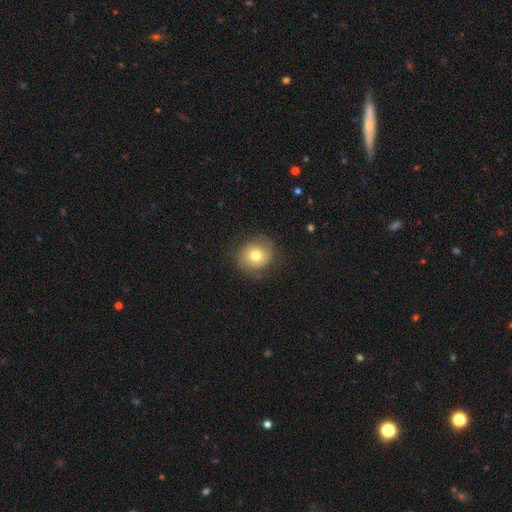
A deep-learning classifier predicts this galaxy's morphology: Smooth or featured?
  - smooth: 73% *
  - featured or disk: 17%
  - star or artifact: 11%
How rounded?
  - round: 80% *
  - in between: 19%
  - cigar-shaped: 1%
Merging?
  - none: 80% *
  - minor disturbance: 14%
  - major disturbance: 5%
  - merger: 1%